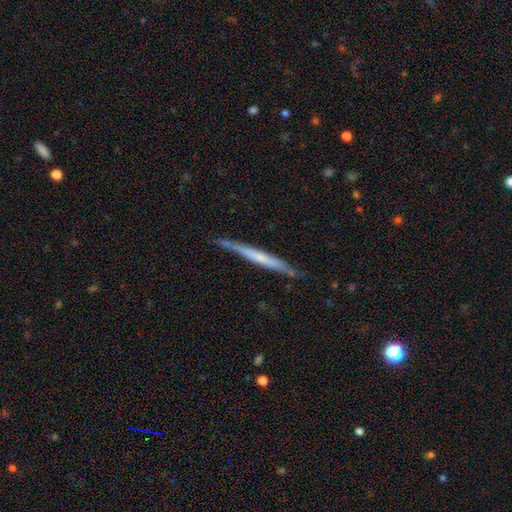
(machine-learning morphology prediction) smooth_or_featured: featured or disk (p=0.55) [alt: smooth p=0.40]
disk_edge_on: yes (p=0.95) [alt: no p=0.05]
edge_on_bulge: none (p=0.72) [alt: rounded p=0.18]
merging: none (p=0.81) [alt: minor disturbance p=0.15]